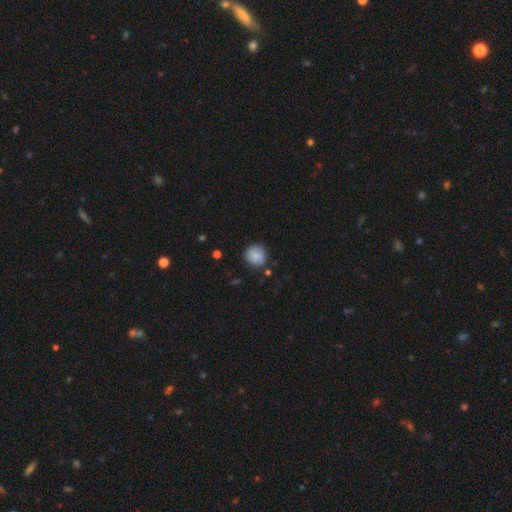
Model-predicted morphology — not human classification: A smooth galaxy with no disk features (84%) that is round (88%).

Vote fractions:
- Smooth or featured? smooth: 84% / featured or disk: 8% / star or artifact: 8%
- How rounded? round: 88% / in between: 11% / cigar-shaped: 1%
- Merging? none: 81% / minor disturbance: 14% / major disturbance: 3% / merger: 2%